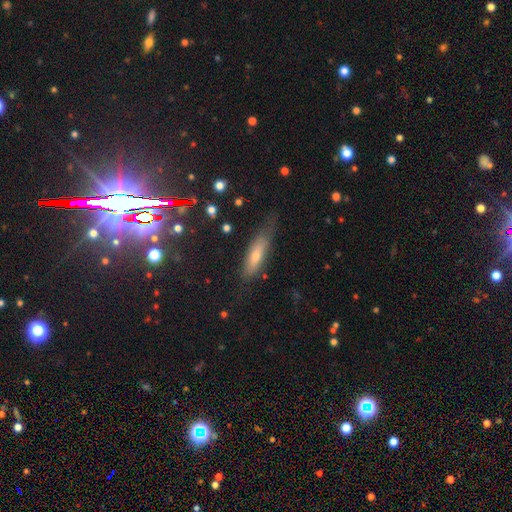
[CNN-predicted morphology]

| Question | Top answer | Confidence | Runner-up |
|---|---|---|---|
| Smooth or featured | smooth | 55% | featured or disk (33%) |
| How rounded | cigar-shaped | 64% | in between (34%) |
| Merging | none | 61% | minor disturbance (28%) |